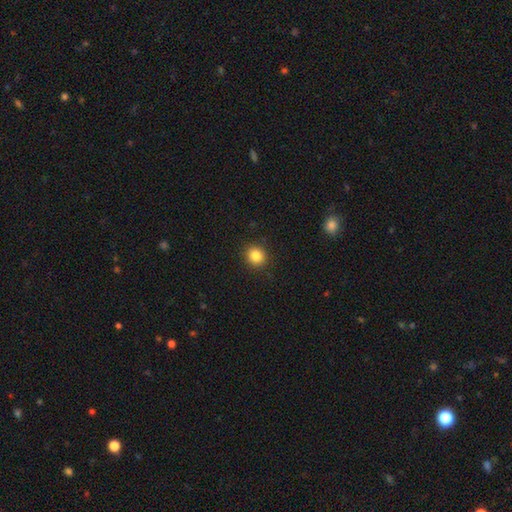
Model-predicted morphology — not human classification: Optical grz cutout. It shows a smooth galaxy with no disk features (84%) that is round (88%). Merging: none (92%).